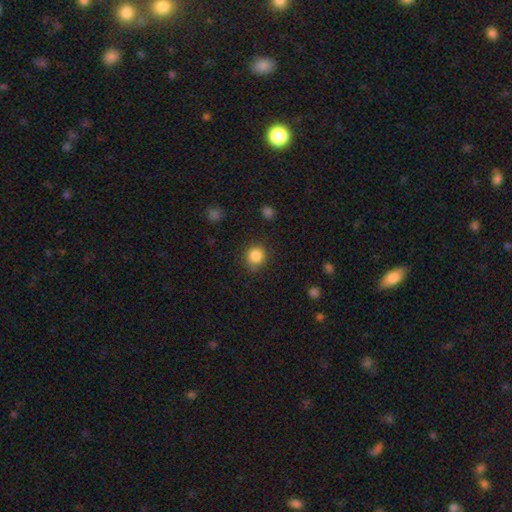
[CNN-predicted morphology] Overall: smooth (85%). How rounded: round (86%). Merging: none (86%).